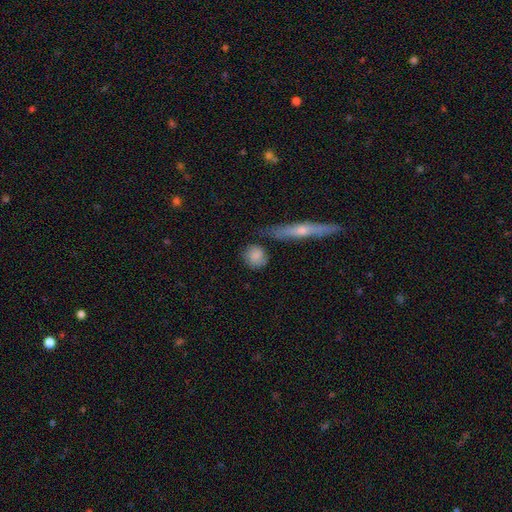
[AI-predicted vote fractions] A smooth galaxy with no disk features (80%) that is round (79%). Merging: none (69%).